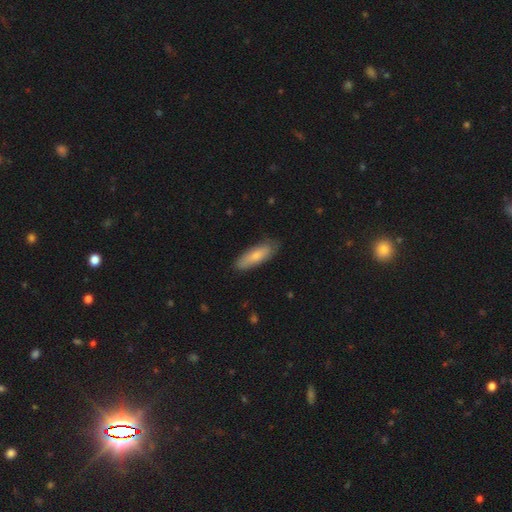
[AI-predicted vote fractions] smooth-or-featured: smooth: 72% | featured or disk: 22% | star or artifact: 6%
  how-rounded: in between: 53% | cigar-shaped: 45% | round: 2%
  merging: none: 78% | minor disturbance: 17% | major disturbance: 3% | merger: 1%